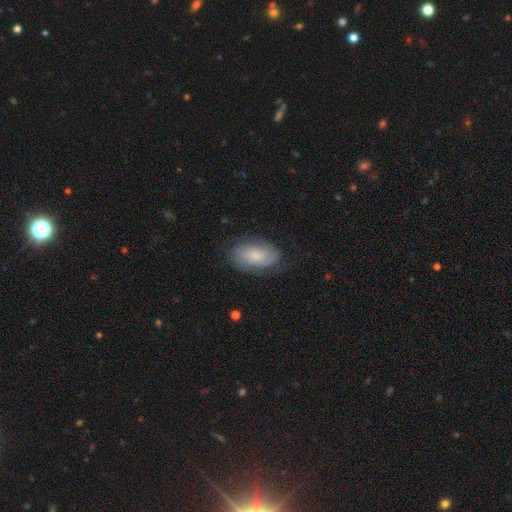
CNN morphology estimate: smooth-or-featured: featured or disk: 57% | smooth: 36% | star or artifact: 7%
  disk-edge-on: no: 95% | yes: 5%
    bar: no: 76% | weak: 21% | strong: 4%
    has-spiral-arms: yes: 87% | no: 13%
    bulge-size: small: 69% | moderate: 22% | none: 5% | large: 3% | dominant: 1%
  merging: none: 71% | minor disturbance: 20% | major disturbance: 8% | merger: 1%